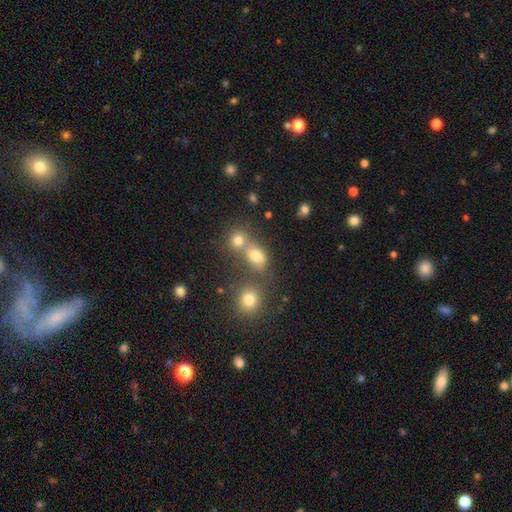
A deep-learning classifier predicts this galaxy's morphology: Overall: smooth (70%). How rounded: round (52%; in between 46%). Merging: none (44%; merger 42%).